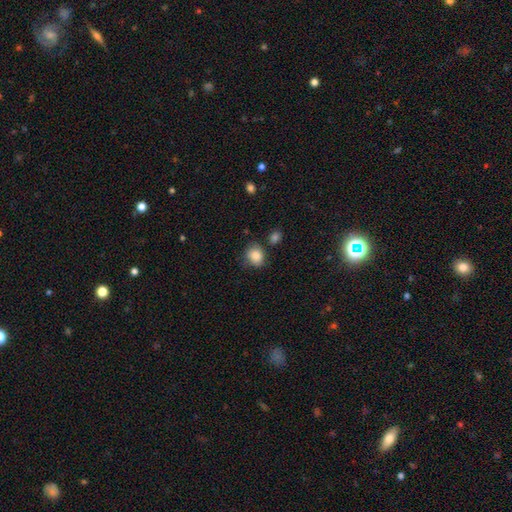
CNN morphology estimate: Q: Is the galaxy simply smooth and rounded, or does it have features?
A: smooth — 85%.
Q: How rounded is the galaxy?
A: round — 60%.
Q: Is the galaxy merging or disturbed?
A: none — 69%.